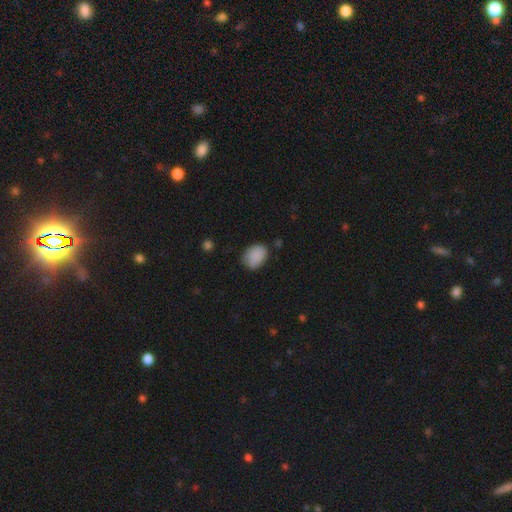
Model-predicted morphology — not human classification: Q: Smooth or featured?
A: smooth (88%); runner-up: star or artifact (8%)
Q: How rounded?
A: in between (75%); runner-up: round (23%)
Q: Merging?
A: none (72%); runner-up: minor disturbance (22%)